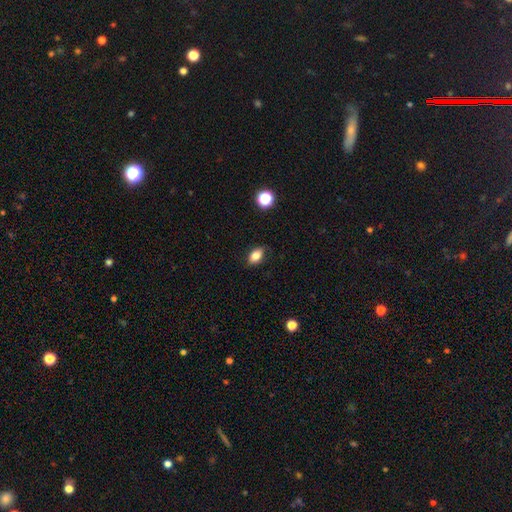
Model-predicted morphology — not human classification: Smooth or featured? smooth (83%)
How rounded? in between (86%)
Merging? none (84%)